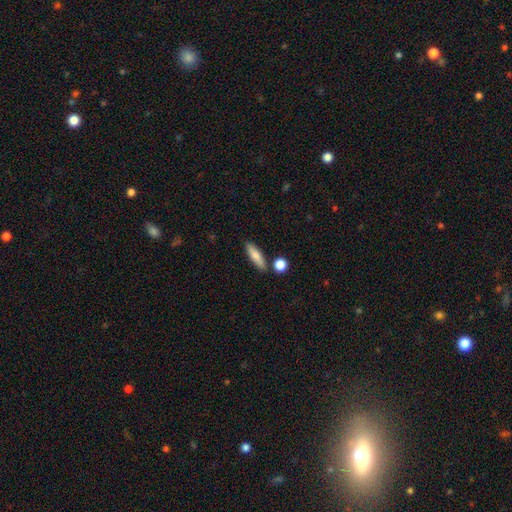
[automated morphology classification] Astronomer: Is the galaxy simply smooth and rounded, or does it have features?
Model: smooth — 79%.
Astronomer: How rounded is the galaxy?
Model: cigar-shaped — 58% (runner-up: in between, 38%).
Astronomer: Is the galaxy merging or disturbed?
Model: none — 81%.